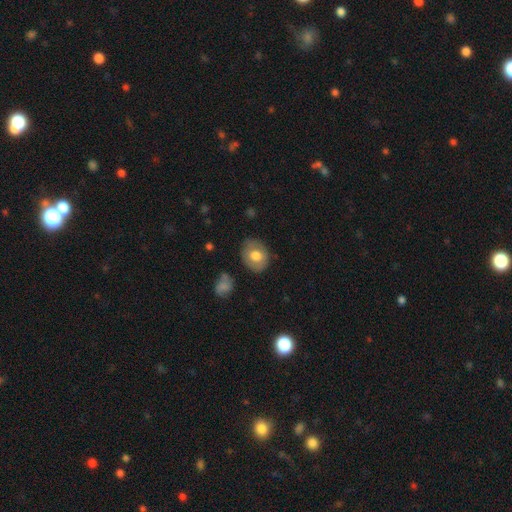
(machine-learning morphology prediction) The model was most divided on "how rounded": round: 53%, in between: 46%, cigar-shaped: 1%. More confident: merging — none (80%); smooth or featured — smooth (70%).